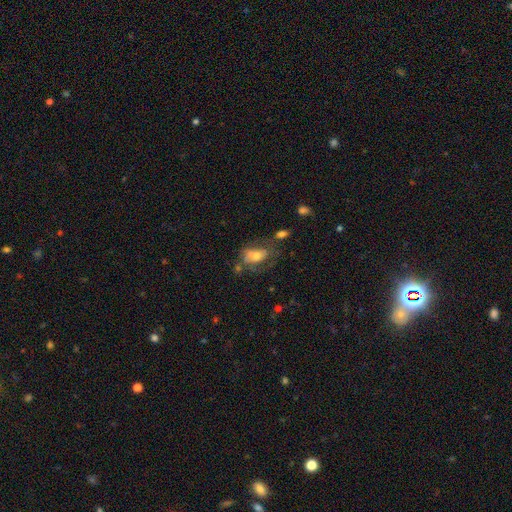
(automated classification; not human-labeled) Smooth or featured?
  - smooth: 50% *
  - featured or disk: 41%
  - star or artifact: 9%
Merging?
  - none: 38% *
  - major disturbance: 27%
  - minor disturbance: 24%
  - merger: 10%